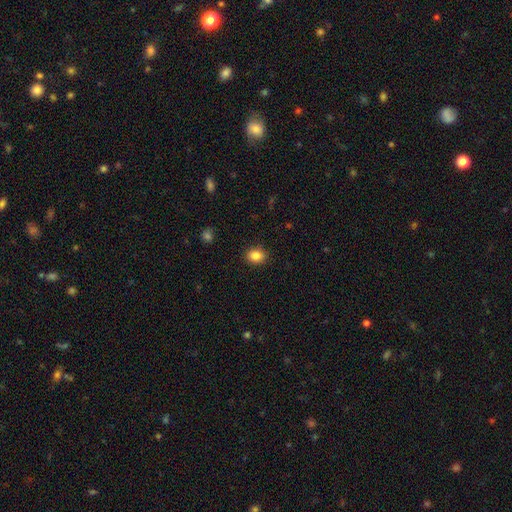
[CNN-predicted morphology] Smooth or featured? Predicted: smooth (p=0.86). How rounded? Predicted: round (p=0.50). Merging? Predicted: none (p=0.90).